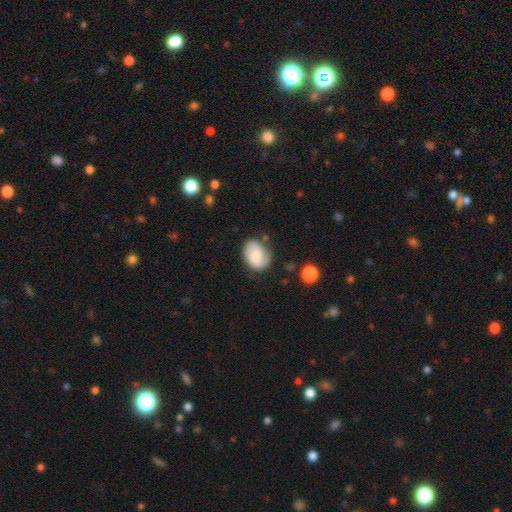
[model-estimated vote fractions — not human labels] This is possibly a smooth galaxy (47%). Merging: likely none (66%).